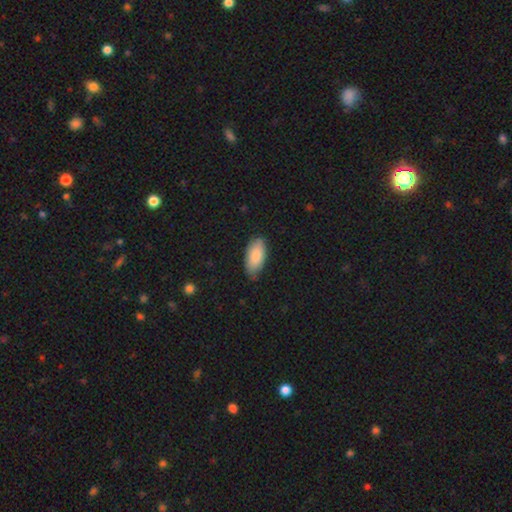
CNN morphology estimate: type=smooth (84%); roundness=in between (93%); merging=none (78%).